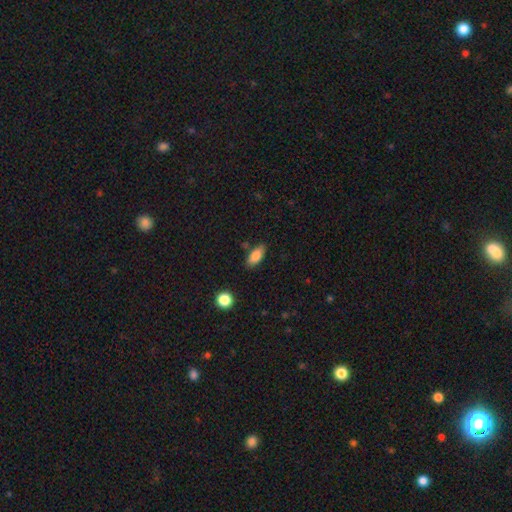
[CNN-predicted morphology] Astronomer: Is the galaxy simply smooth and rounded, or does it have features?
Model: smooth — 83%.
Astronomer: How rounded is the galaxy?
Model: in between — 85%.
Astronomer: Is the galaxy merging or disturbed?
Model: none — 79%.